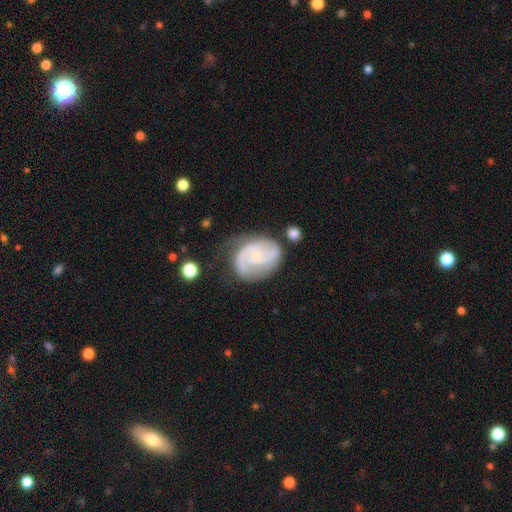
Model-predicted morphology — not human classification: featured or disk 80%, smooth 14%, star or artifact 6%. Down the decision tree: edge-on disk — no (98%); bar — no (55%); spiral arms — yes (94%); spiral arm count — 2 (68%); spiral winding — medium (47%); bulge size — small (60%); merging — none (60%).